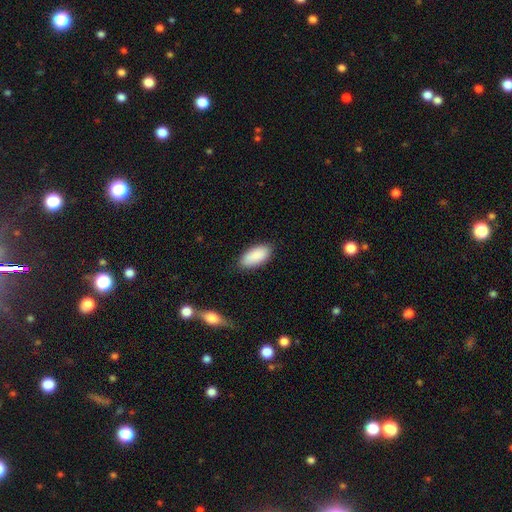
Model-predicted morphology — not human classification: Overall: smooth (90%). How rounded: in between (90%). Merging: none (85%).